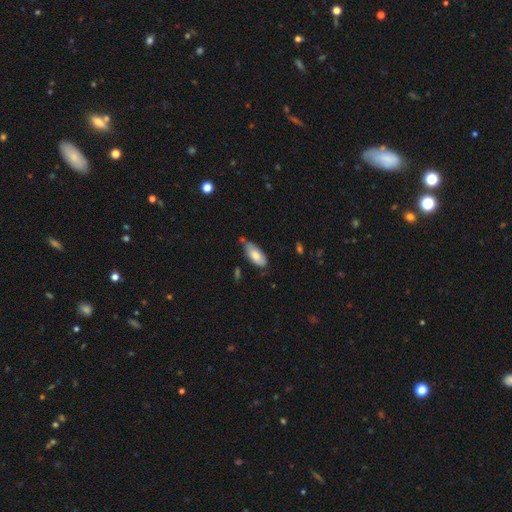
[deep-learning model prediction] Morphology: type=smooth (74%); roundness=in between (88%); merging=none (57%).